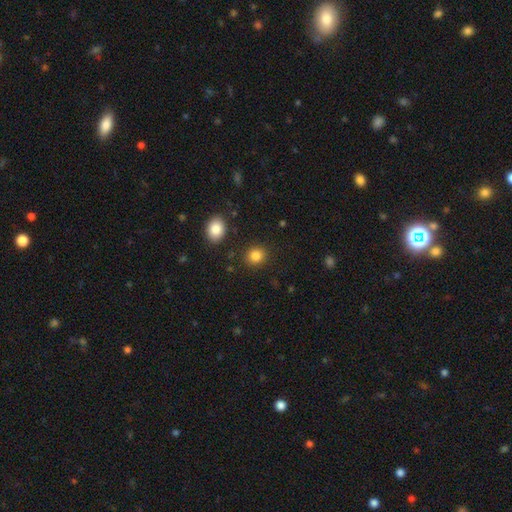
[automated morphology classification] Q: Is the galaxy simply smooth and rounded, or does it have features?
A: smooth — 84%.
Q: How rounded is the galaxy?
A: round — 77%.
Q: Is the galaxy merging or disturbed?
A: none — 88%.